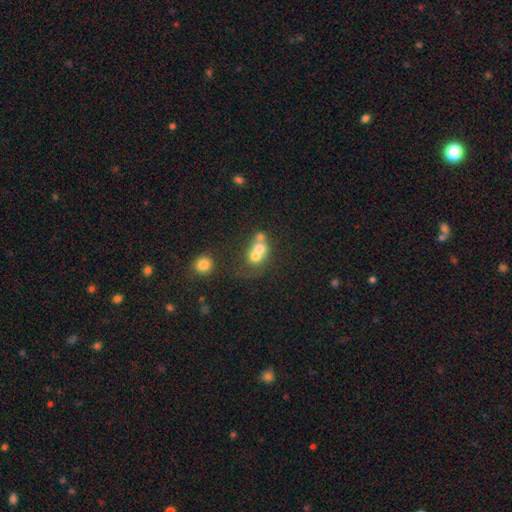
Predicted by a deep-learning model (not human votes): Morphology: type=smooth (63%); roundness=round (64%); merging=merger (67%).